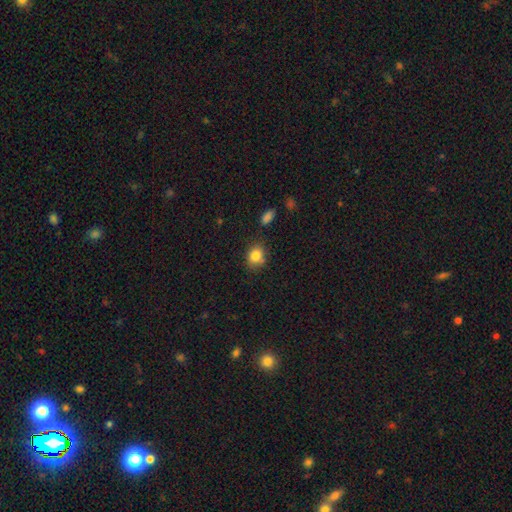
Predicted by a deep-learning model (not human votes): Smooth or featured? Predicted: smooth (p=0.84). How rounded? Predicted: round (p=0.59). Merging? Predicted: none (p=0.76).